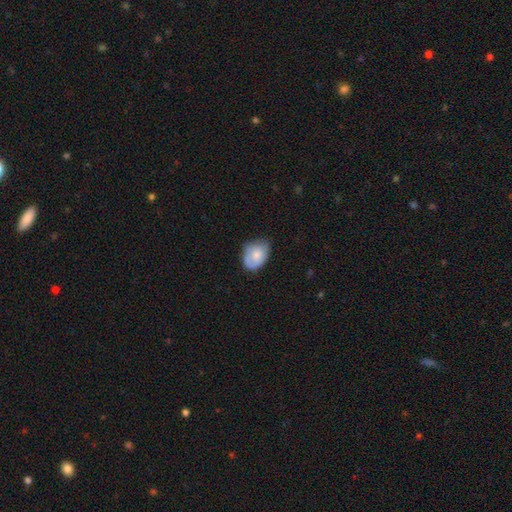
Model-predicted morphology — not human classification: Smooth or featured? Predicted: smooth (p=0.69). How rounded? Predicted: in between (p=0.70). Merging? Predicted: none (p=0.51).